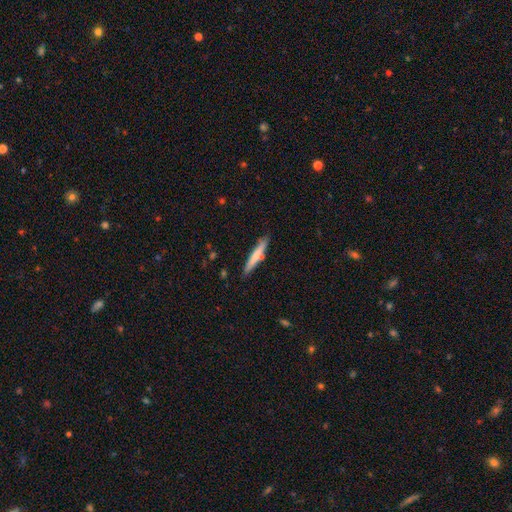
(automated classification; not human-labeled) Smooth or featured: smooth — 66% (featured or disk — 28%)
How rounded: cigar-shaped — 93% (in between — 5%)
Merging: none — 81% (minor disturbance — 11%)